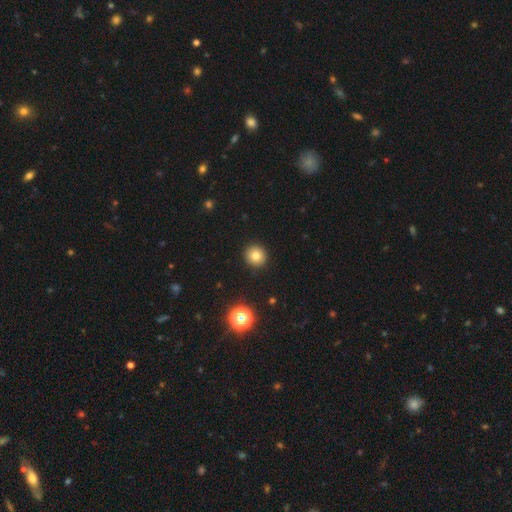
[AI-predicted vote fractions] Smooth or featured? smooth (80%)
How rounded? round (93%)
Merging? none (93%)